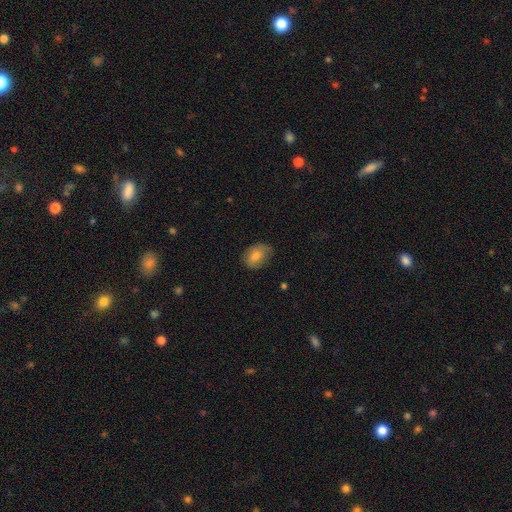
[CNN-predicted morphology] A smooth galaxy with no disk features (72%) that is in between round and cigar-shaped (72%).

Vote fractions:
- Smooth or featured? smooth: 72% / featured or disk: 19% / star or artifact: 9%
- How rounded? in between: 72% / round: 27% / cigar-shaped: 1%
- Merging? none: 68% / minor disturbance: 25% / major disturbance: 6% / merger: 1%